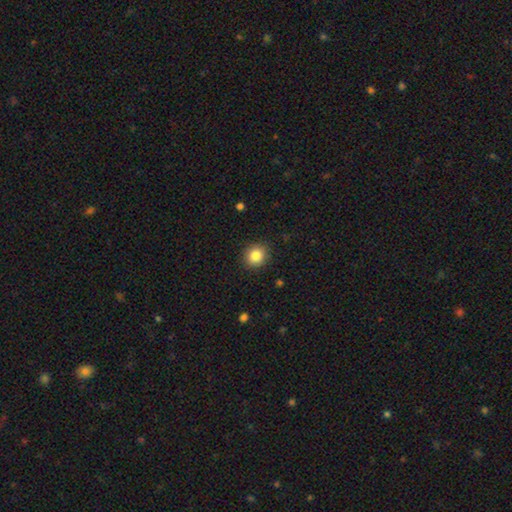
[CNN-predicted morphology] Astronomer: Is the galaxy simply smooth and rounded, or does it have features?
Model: smooth — 85%.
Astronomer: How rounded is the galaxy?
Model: round — 84%.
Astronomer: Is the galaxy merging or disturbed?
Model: none — 89%.